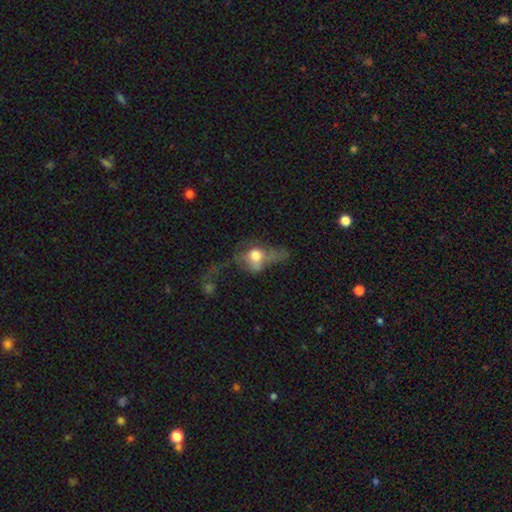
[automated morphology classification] Smooth or featured? smooth (52%)
How rounded? in between (56%)
Merging? major disturbance (59%)